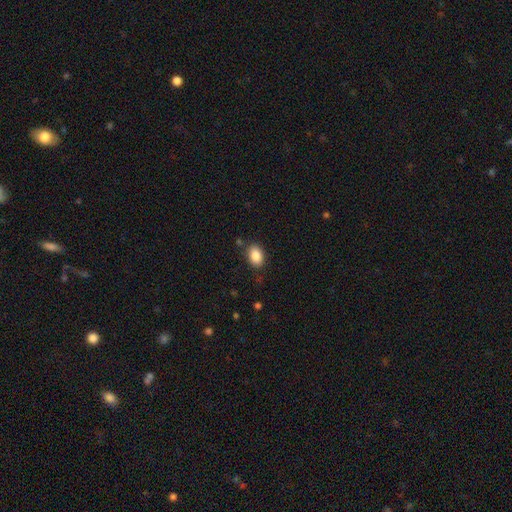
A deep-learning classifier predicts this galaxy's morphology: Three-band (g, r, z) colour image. It shows a smooth galaxy with no disk features (87%) that is in between round and cigar-shaped (84%). Merging: none (82%).